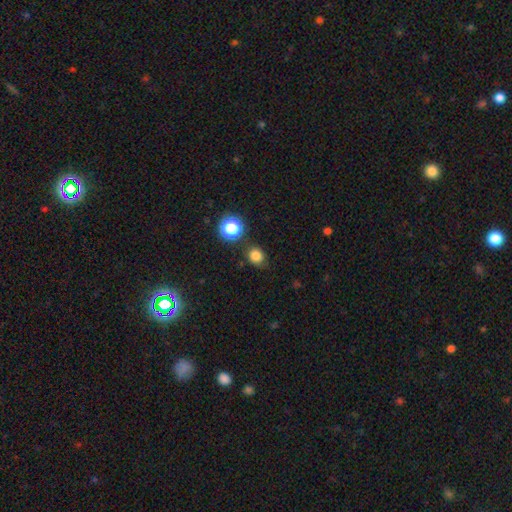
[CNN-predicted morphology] This appears to be a smooth galaxy with no disk features (80%) that is round (74%). Merging: none (80%).